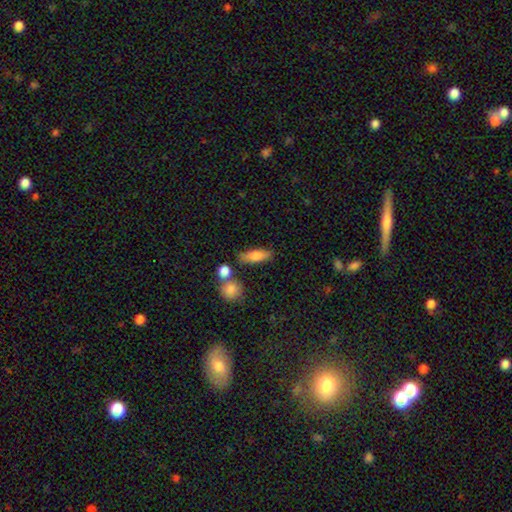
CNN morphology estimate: This appears to be a smooth galaxy with no disk features (77%) that is in between round and cigar-shaped (55%). Merging: none (74%).